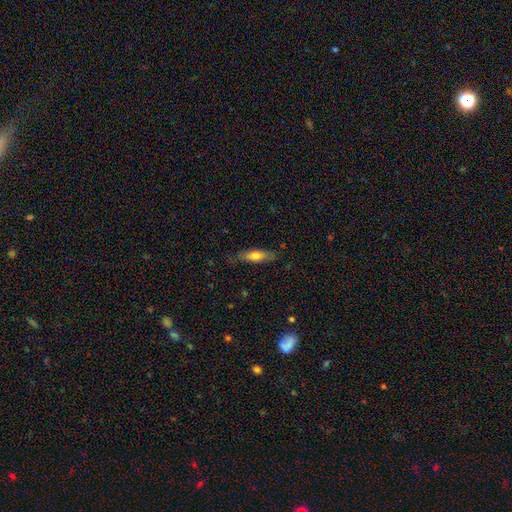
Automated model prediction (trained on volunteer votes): Morphology: type=smooth (63%); roundness=cigar-shaped (56%); merging=none (75%).